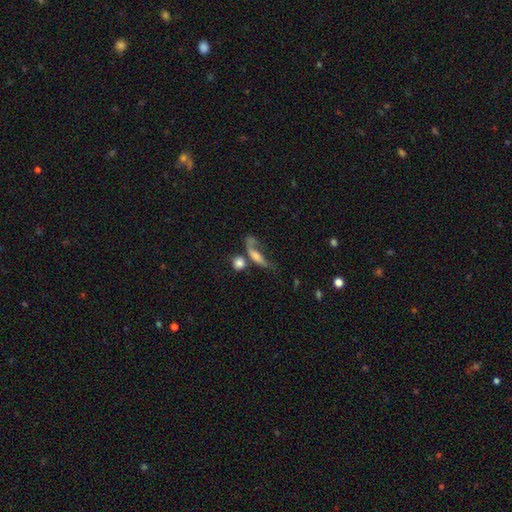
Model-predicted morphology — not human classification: type=smooth (56%); roundness=in between (49%); merging=merger (30%).